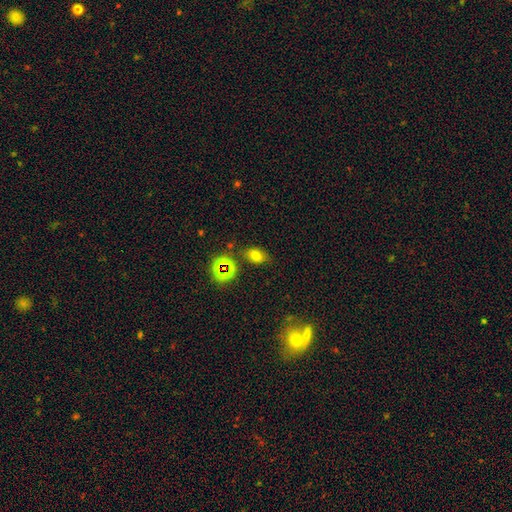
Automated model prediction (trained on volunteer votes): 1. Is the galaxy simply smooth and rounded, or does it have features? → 67% smooth, 23% star or artifact, 9% featured or disk.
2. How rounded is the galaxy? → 78% in between, 20% round, 2% cigar-shaped.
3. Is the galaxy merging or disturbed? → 76% none, 15% minor disturbance, 4% merger, 4% major disturbance.